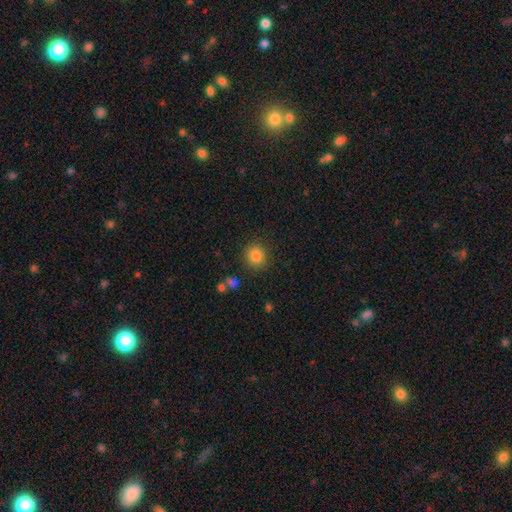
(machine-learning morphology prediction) Overall: smooth (84%). How rounded: round (88%). Merging: none (87%).